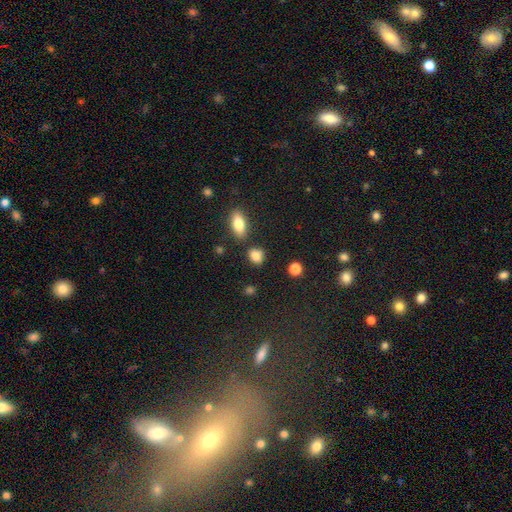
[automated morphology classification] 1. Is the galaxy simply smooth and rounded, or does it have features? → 84% smooth, 10% star or artifact, 6% featured or disk.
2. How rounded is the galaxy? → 56% in between, 41% round, 3% cigar-shaped.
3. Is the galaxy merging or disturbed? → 74% none, 14% minor disturbance, 8% merger, 4% major disturbance.